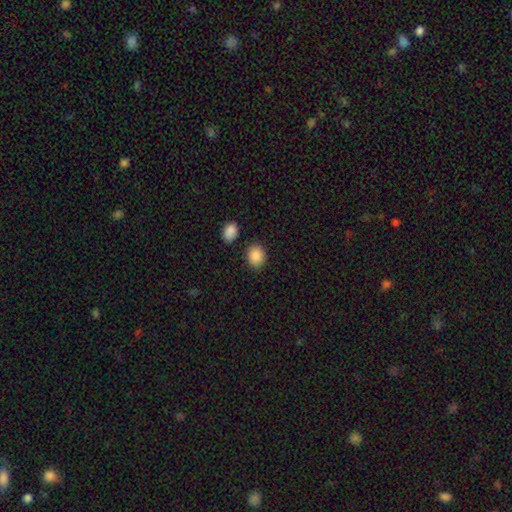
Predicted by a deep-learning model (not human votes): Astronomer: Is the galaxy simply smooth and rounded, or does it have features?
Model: smooth — 89%.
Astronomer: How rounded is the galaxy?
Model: round — 52% (runner-up: in between, 47%).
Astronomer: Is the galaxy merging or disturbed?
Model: none — 83%.